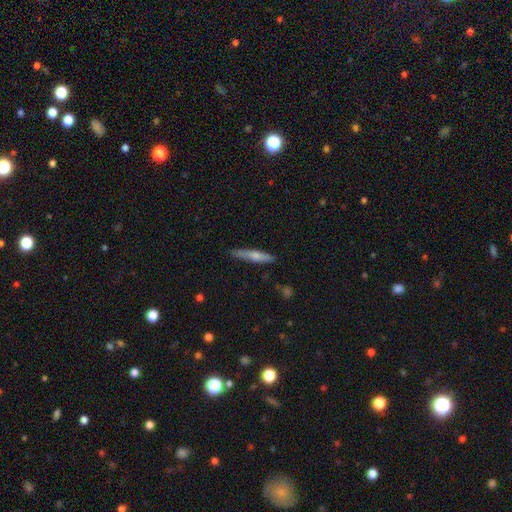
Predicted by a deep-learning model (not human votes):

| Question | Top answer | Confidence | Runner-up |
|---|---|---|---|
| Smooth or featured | smooth | 61% | featured or disk (33%) |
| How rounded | cigar-shaped | 90% | in between (8%) |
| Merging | none | 82% | minor disturbance (14%) |